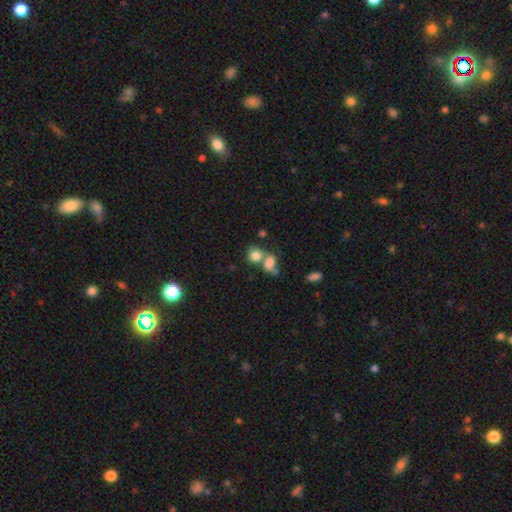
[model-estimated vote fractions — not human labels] Q: Smooth or featured?
A: smooth (80%); runner-up: featured or disk (10%)
Q: How rounded?
A: round (62%); runner-up: in between (36%)
Q: Merging?
A: merger (53%); runner-up: none (32%)